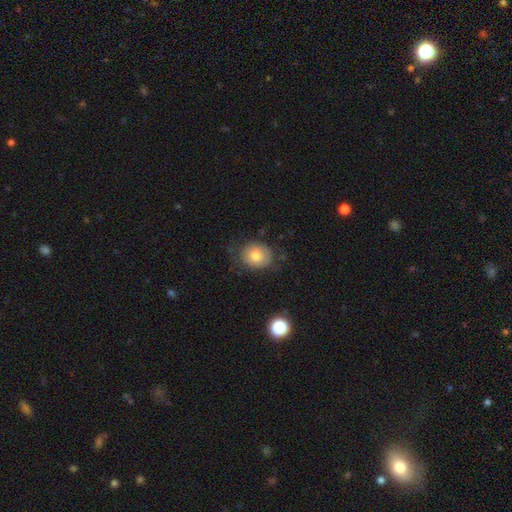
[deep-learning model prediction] Overall: smooth (73%). How rounded: round (64%; in between 35%). Merging: none (66%).